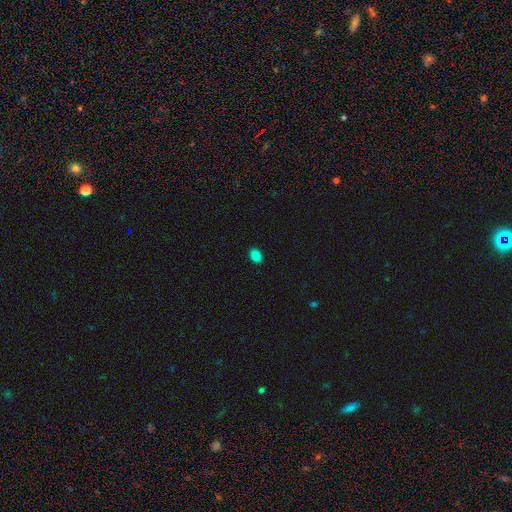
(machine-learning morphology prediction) type=smooth (86%); roundness=in between (75%); merging=none (90%).